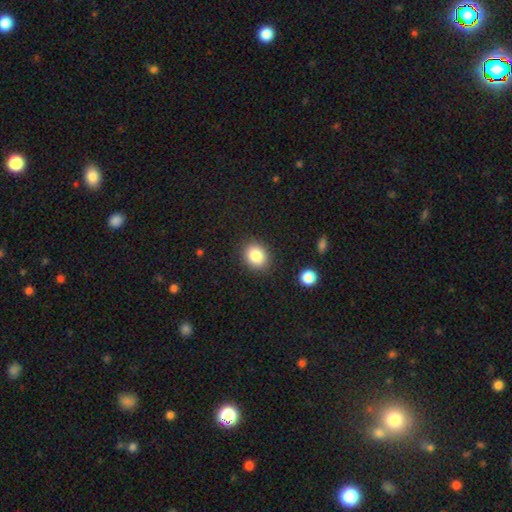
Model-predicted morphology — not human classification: A smooth galaxy with no disk features (85%) that is round (55%). Merging: none (87%).